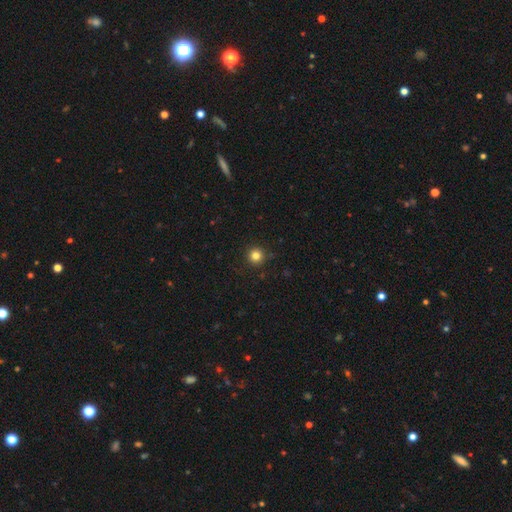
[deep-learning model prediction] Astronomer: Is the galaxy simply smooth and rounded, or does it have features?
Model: smooth — 82%.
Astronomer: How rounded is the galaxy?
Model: round — 96%.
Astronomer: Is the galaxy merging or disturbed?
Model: none — 91%.